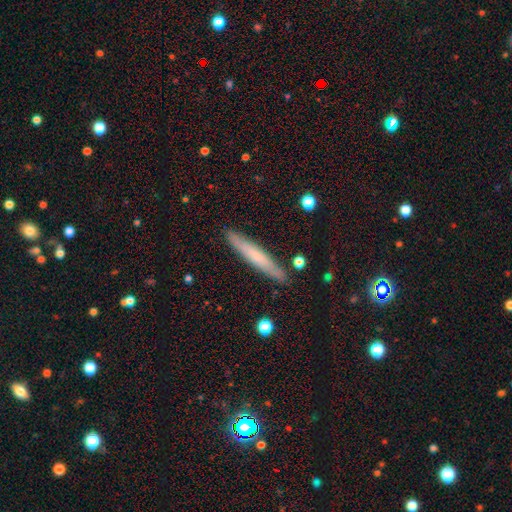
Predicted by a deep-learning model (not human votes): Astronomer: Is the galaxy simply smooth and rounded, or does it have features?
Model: smooth — 58% (runner-up: featured or disk, 34%).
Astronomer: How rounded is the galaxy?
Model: cigar-shaped — 94%.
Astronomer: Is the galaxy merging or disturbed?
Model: none — 89%.